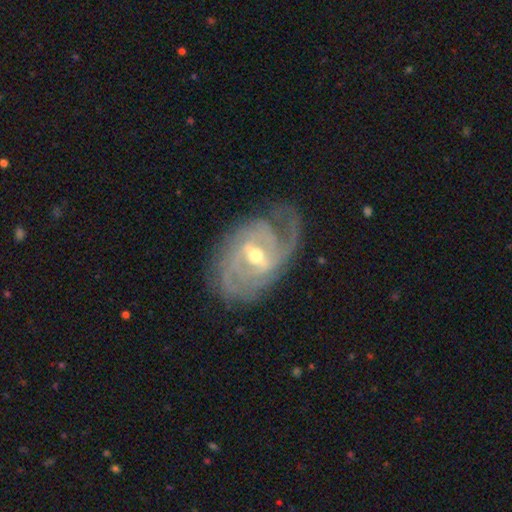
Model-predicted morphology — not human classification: smooth_or_featured: featured or disk (p=0.89) [alt: smooth p=0.06]
disk_edge_on: no (p=0.96) [alt: yes p=0.04]
bar: weak (p=0.49) [alt: strong p=0.35]
has_spiral_arms: yes (p=0.95) [alt: no p=0.05]
spiral_winding: tight (p=0.50) [alt: medium p=0.36]
spiral_arm_count: 2 (p=0.42) [alt: can't tell p=0.24]
bulge_size: moderate (p=0.57) [alt: small p=0.39]
merging: none (p=0.68) [alt: minor disturbance p=0.19]